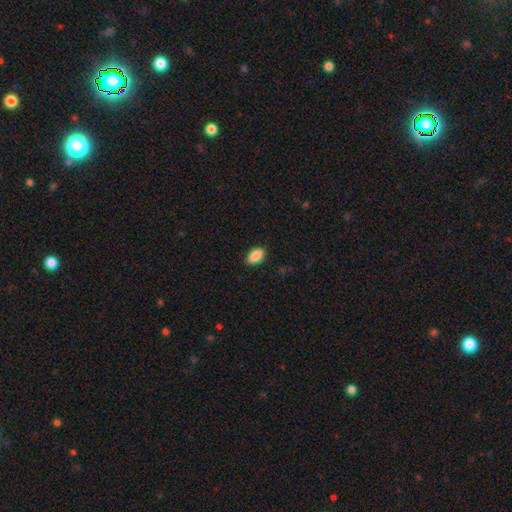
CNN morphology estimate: A smooth galaxy with no disk features (89%) that is in between round and cigar-shaped (92%).

Vote fractions:
- Smooth or featured? smooth: 89% / star or artifact: 7% / featured or disk: 4%
- How rounded? in between: 92% / round: 5% / cigar-shaped: 3%
- Merging? none: 89% / minor disturbance: 8% / major disturbance: 2% / merger: 1%